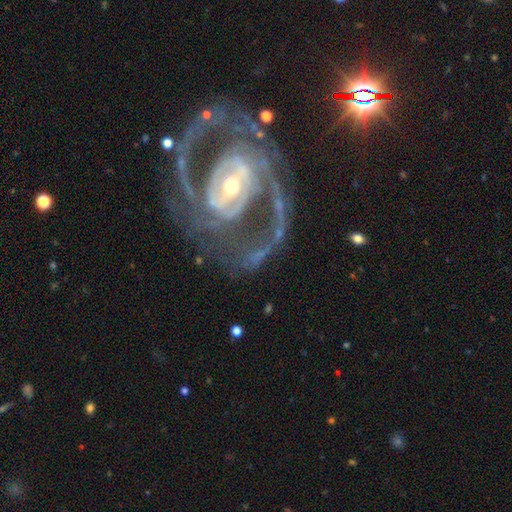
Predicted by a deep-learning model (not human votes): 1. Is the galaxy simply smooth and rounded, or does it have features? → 87% featured or disk, 7% star or artifact, 6% smooth.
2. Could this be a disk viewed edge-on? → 97% no, 3% yes.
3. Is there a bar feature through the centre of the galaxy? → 42% strong, 35% weak, 23% no.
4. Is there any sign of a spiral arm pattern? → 92% yes, 8% no.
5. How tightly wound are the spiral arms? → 43% medium, 31% tight, 27% loose.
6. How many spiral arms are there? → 51% 2, 16% can't tell, 11% 1, 11% 3, 6% 4, 5% more than 4.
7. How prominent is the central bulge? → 50% small, 44% moderate, 4% large, 1% none, 1% dominant.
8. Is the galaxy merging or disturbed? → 42% none, 37% major disturbance, 15% minor disturbance, 6% merger.